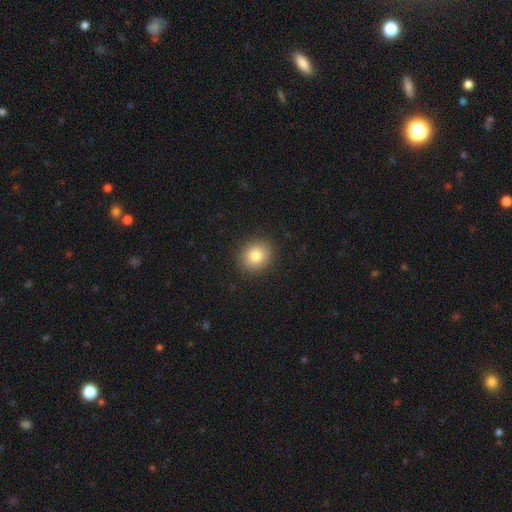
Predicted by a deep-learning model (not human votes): Morphology: type=smooth (82%); roundness=round (73%); merging=none (90%).